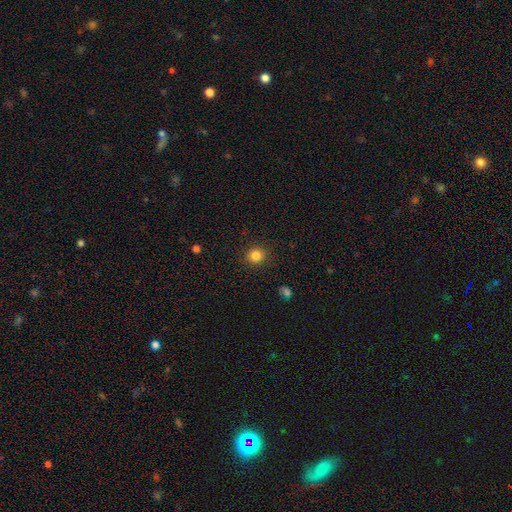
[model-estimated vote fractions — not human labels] smooth_or_featured: smooth (p=0.83) [alt: star or artifact p=0.12]
how_rounded: round (p=0.90) [alt: in between p=0.09]
merging: none (p=0.91) [alt: minor disturbance p=0.06]